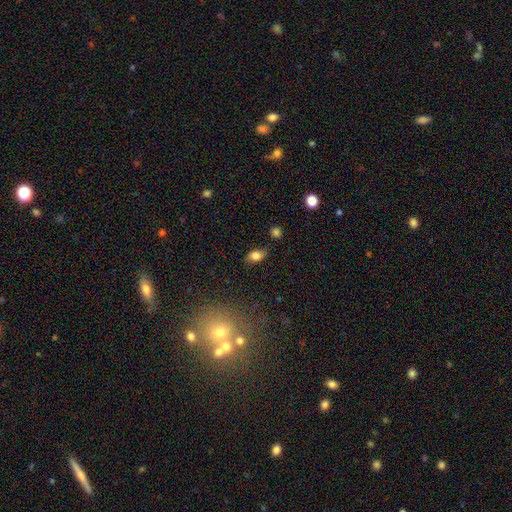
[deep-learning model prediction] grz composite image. It shows a smooth galaxy with no disk features (81%) that is in between round and cigar-shaped (84%). Merging: none (76%).